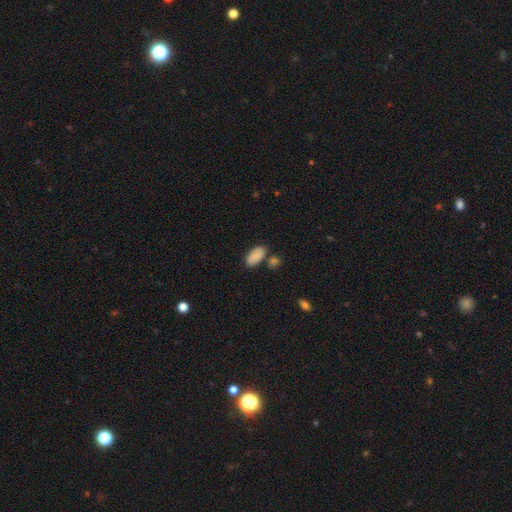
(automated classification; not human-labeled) This appears to be a smooth galaxy with no disk features (88%) that is in between round and cigar-shaped (94%). Merging: none (70%).